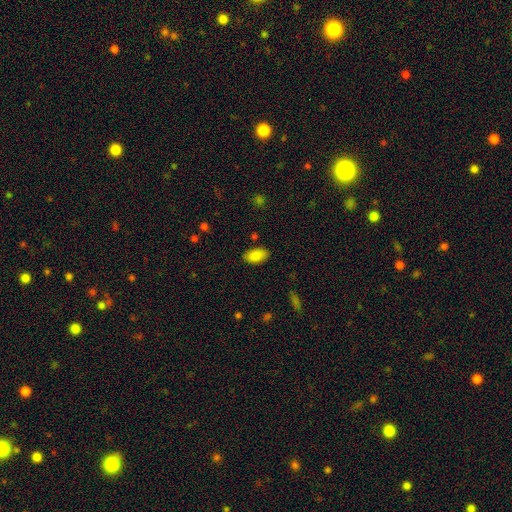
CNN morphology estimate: Smooth or featured? Predicted: smooth (p=0.87). How rounded? Predicted: in between (p=0.94). Merging? Predicted: none (p=0.85).